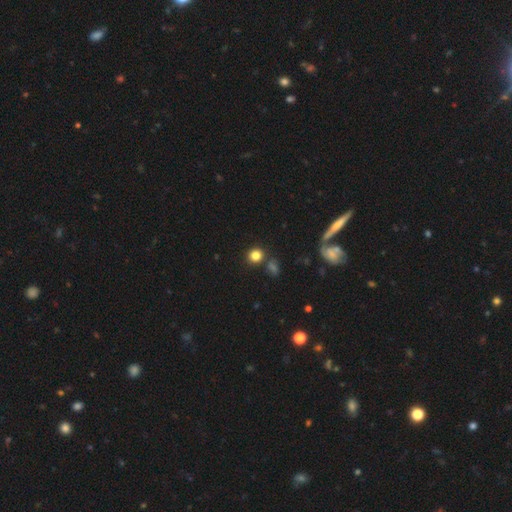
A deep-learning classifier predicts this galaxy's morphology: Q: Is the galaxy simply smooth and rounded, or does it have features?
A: smooth — 81%.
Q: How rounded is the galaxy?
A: round — 85%.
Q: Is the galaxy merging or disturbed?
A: none — 80%.